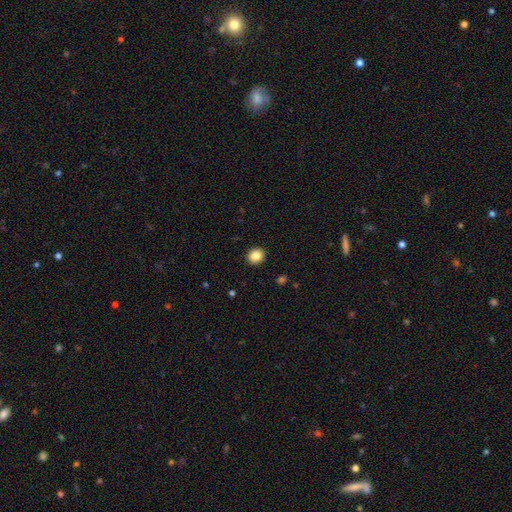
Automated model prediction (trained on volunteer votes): Q: Smooth or featured?
A: smooth (86%); runner-up: star or artifact (9%)
Q: How rounded?
A: round (72%); runner-up: in between (27%)
Q: Merging?
A: none (92%); runner-up: minor disturbance (6%)